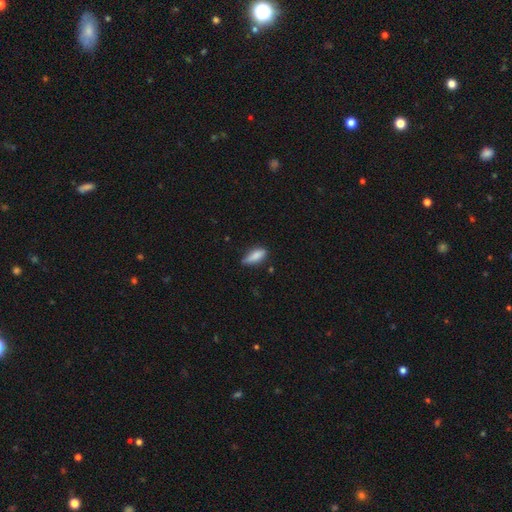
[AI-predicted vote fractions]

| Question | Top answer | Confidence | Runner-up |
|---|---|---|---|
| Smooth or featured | smooth | 82% | featured or disk (11%) |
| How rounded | in between | 66% | cigar-shaped (31%) |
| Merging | none | 62% | minor disturbance (31%) |